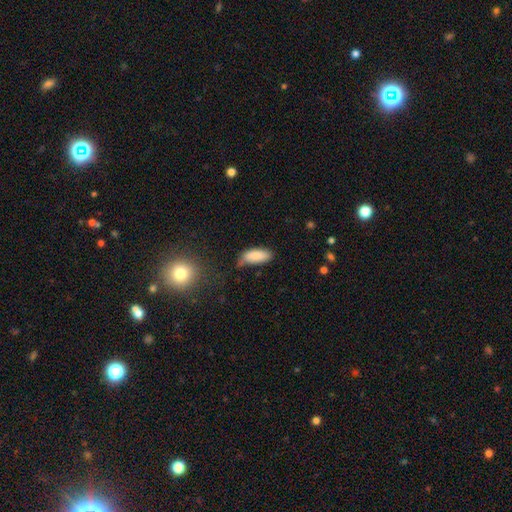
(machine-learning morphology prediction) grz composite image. It shows a smooth galaxy with no disk features (86%) that is in between round and cigar-shaped (81%). Merging: none (52%).